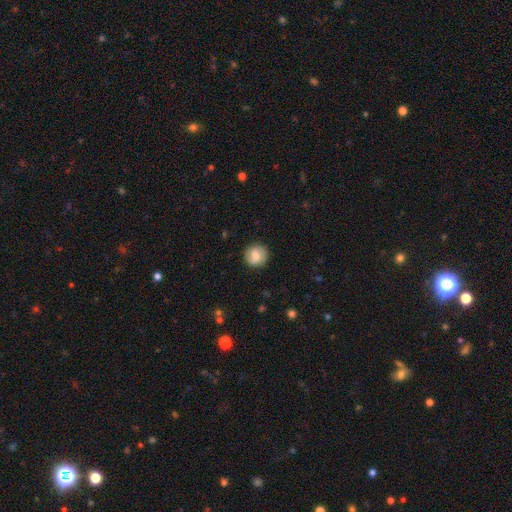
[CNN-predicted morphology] Smooth or featured: smooth — 73% (featured or disk — 19%)
How rounded: round — 90% (in between — 9%)
Merging: none — 88% (minor disturbance — 9%)